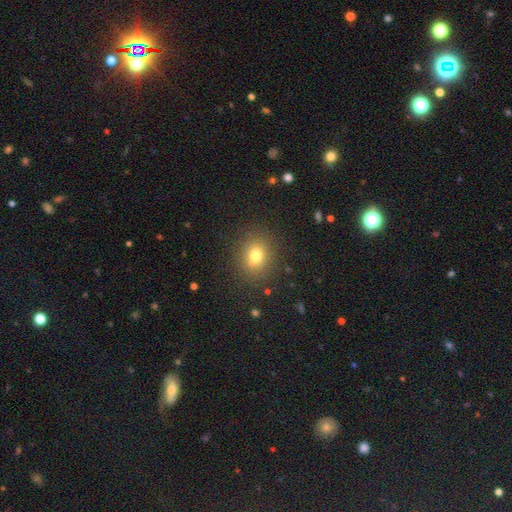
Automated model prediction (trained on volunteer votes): Smooth or featured? Predicted: smooth (p=0.75). How rounded? Predicted: round (p=0.67). Merging? Predicted: none (p=0.85).